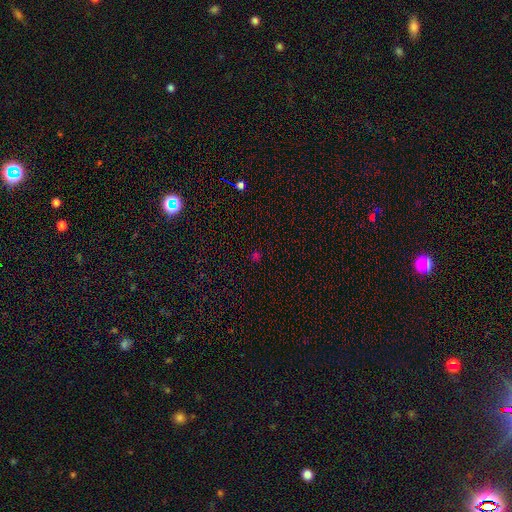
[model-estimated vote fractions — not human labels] The model was most divided on "smooth or featured": smooth: 54%, star or artifact: 41%, featured or disk: 5%. More confident: how rounded — round (84%); merging — none (83%).